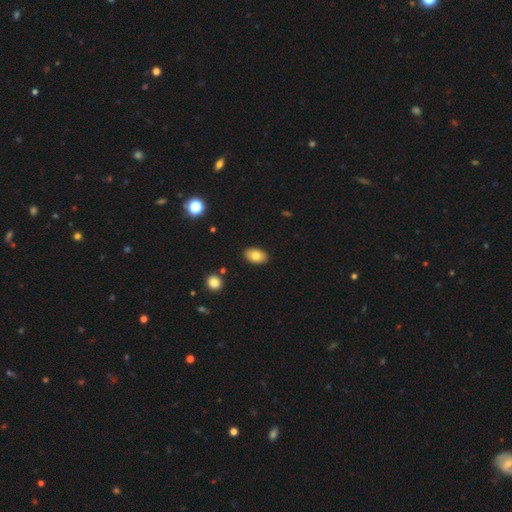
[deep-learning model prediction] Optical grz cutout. It shows a smooth galaxy with no disk features (80%) that is in between round and cigar-shaped (91%). Merging: none (89%).